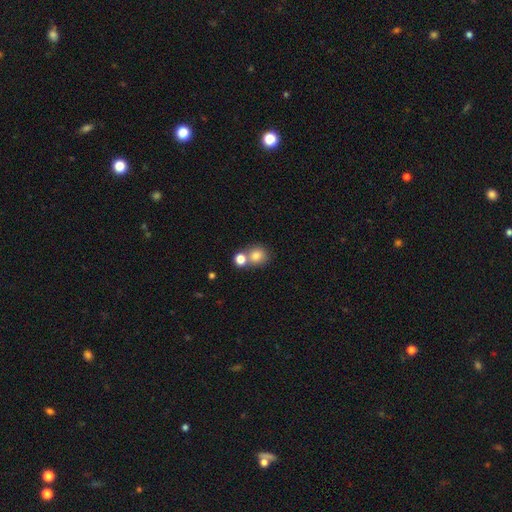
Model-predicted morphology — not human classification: This appears to be a smooth galaxy with no disk features (80%) that is round (82%). Merging: none (53%).